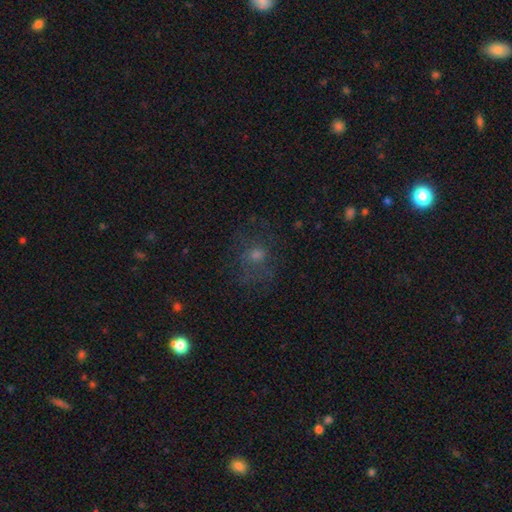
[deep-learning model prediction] A smooth galaxy with no disk features (51%) that is round (72%).

Vote fractions:
- Smooth or featured? smooth: 51% / featured or disk: 27% / star or artifact: 22%
- How rounded? round: 72% / in between: 26% / cigar-shaped: 1%
- Merging? none: 60% / major disturbance: 20% / minor disturbance: 17% / merger: 2%